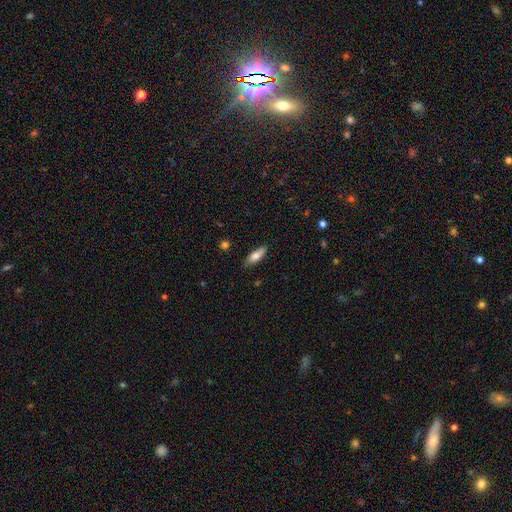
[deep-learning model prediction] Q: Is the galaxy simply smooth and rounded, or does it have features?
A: smooth — 73%.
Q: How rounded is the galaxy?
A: in between — 59%.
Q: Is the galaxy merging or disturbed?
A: none — 74%.